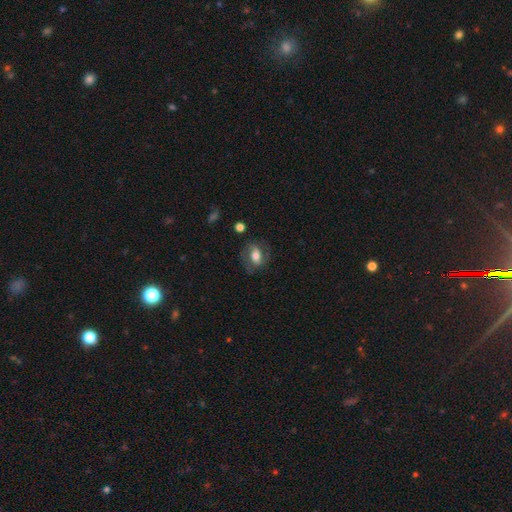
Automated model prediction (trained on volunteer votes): A featured or disk galaxy (49%).

Vote fractions:
- Smooth or featured? featured or disk: 49% / smooth: 44% / star or artifact: 8%
- Merging? none: 68% / minor disturbance: 19% / major disturbance: 12% / merger: 2%